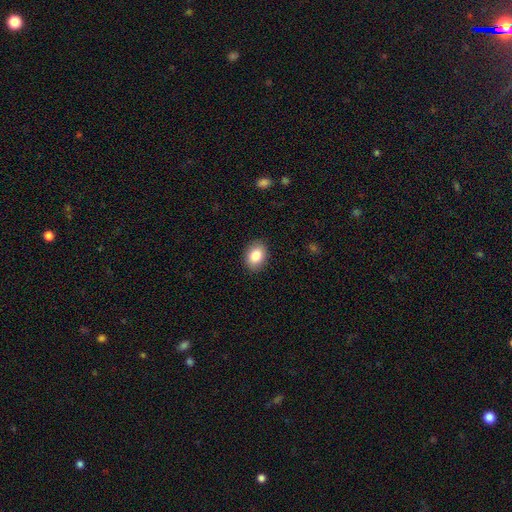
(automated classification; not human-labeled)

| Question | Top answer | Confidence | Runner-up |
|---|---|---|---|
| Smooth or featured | smooth | 86% | star or artifact (8%) |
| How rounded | in between | 73% | round (26%) |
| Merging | none | 89% | minor disturbance (8%) |